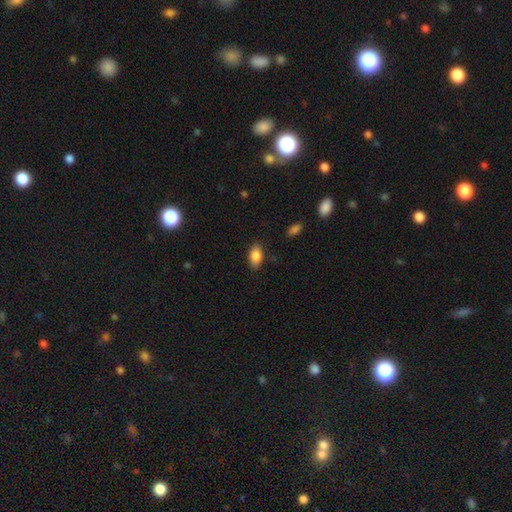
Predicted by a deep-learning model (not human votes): smooth 86%, star or artifact 8%, featured or disk 6%. Down the decision tree: how rounded — in between (91%); merging — none (84%).